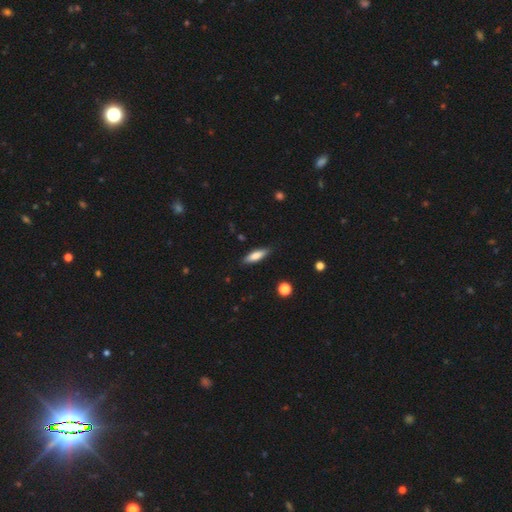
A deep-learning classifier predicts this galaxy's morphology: Smooth or featured: smooth — 75% (featured or disk — 18%)
How rounded: cigar-shaped — 55% (in between — 43%)
Merging: none — 86% (minor disturbance — 11%)